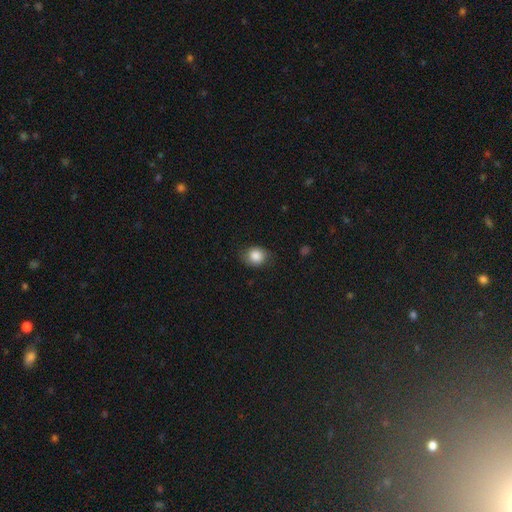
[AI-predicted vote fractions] A smooth galaxy with no disk features (85%) that is round (62%). Merging: none (76%).